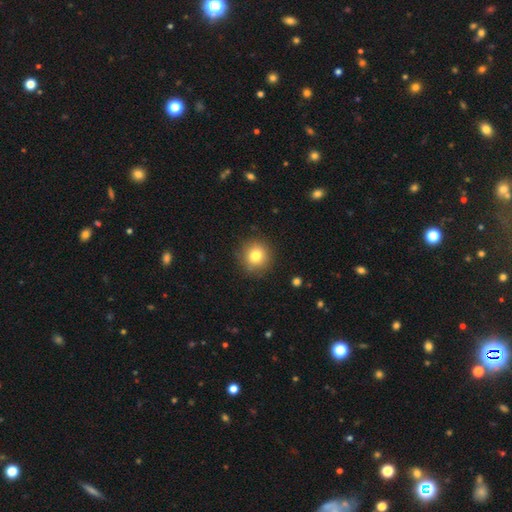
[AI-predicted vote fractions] This appears to be a smooth galaxy with no disk features (80%) that is round (91%). Merging: none (89%).